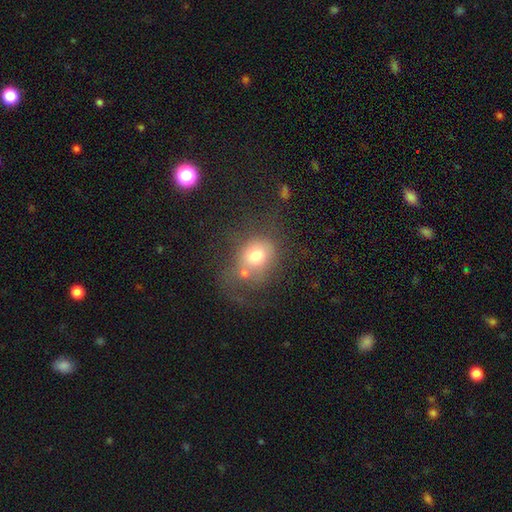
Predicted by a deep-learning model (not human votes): Smooth or featured? Predicted: smooth (p=0.69). How rounded? Predicted: round (p=0.64). Merging? Predicted: none (p=0.36).